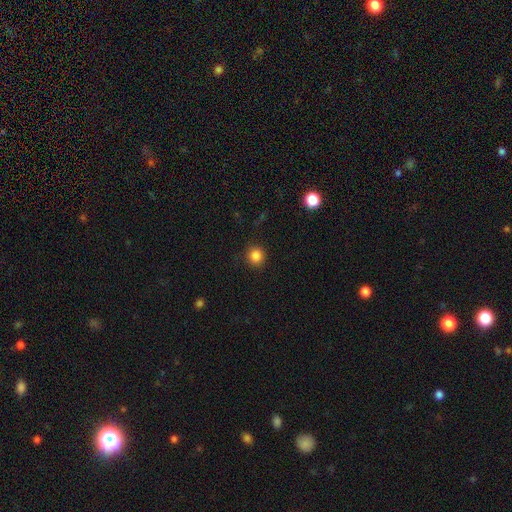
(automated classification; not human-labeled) smooth_or_featured: smooth (p=0.85) [alt: star or artifact p=0.11]
how_rounded: round (p=0.93) [alt: in between p=0.06]
merging: none (p=0.90) [alt: minor disturbance p=0.07]